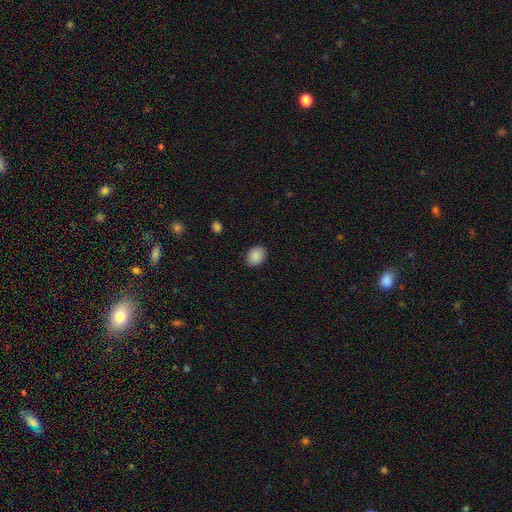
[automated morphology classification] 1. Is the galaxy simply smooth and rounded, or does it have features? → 89% smooth, 8% star or artifact, 3% featured or disk.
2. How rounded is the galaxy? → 65% in between, 34% round, 1% cigar-shaped.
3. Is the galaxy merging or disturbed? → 89% none, 8% minor disturbance, 2% major disturbance, 1% merger.